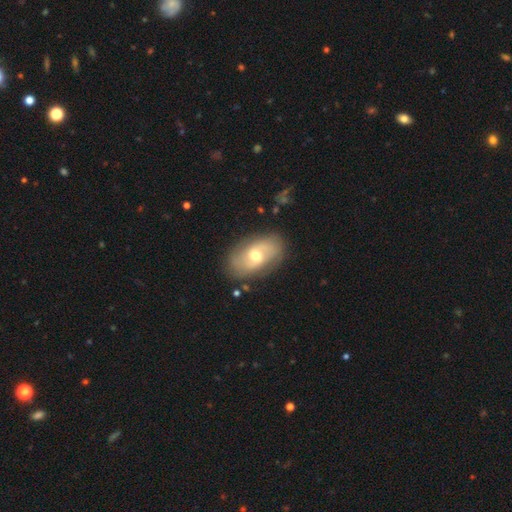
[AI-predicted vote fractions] Smooth or featured?
  - featured or disk: 56% *
  - smooth: 37%
  - star or artifact: 7%
Edge-on disk?
  - no: 93% *
  - yes: 7%
Bar?
  - weak: 45% *
  - no: 42%
  - strong: 13%
Spiral arms?
  - yes: 63% *
  - no: 37%
Bulge size?
  - moderate: 73% *
  - small: 13%
  - large: 12%
  - dominant: 1%
  - none: 1%
Merging?
  - none: 79% *
  - minor disturbance: 14%
  - major disturbance: 5%
  - merger: 2%